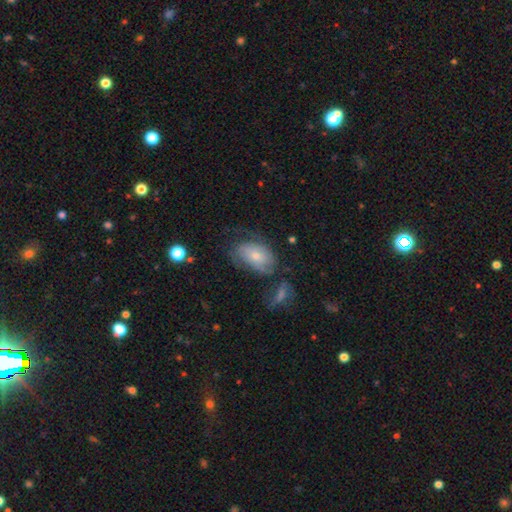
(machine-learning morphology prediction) Smooth or featured: smooth — 52% (featured or disk — 40%)
How rounded: in between — 89% (round — 9%)
Merging: none — 43% (minor disturbance — 28%)